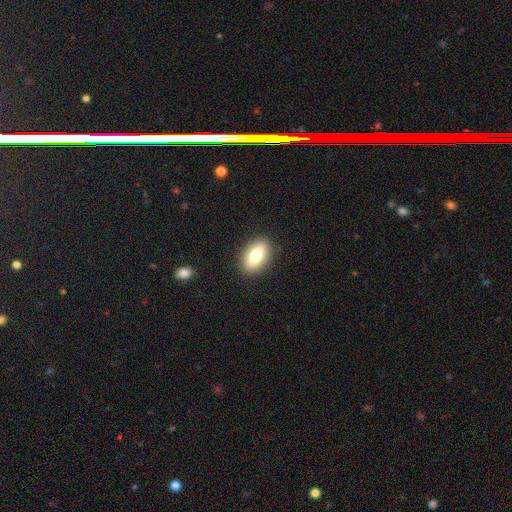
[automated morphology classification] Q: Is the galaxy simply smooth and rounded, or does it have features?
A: smooth — 81%.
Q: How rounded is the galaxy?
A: in between — 90%.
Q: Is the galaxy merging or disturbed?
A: none — 89%.